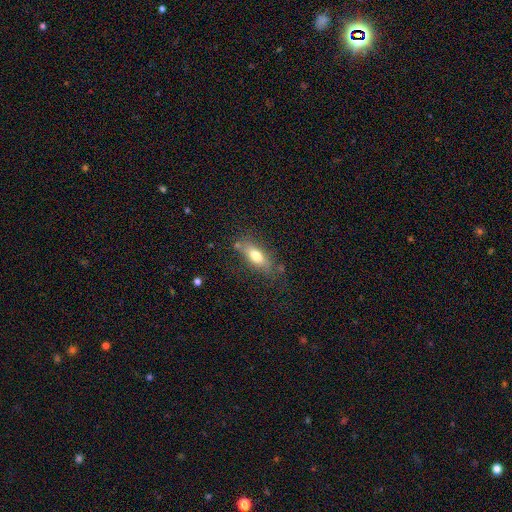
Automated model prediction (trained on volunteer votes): Q: Smooth or featured?
A: smooth (68%); runner-up: featured or disk (24%)
Q: How rounded?
A: in between (70%); runner-up: cigar-shaped (27%)
Q: Merging?
A: none (68%); runner-up: minor disturbance (20%)